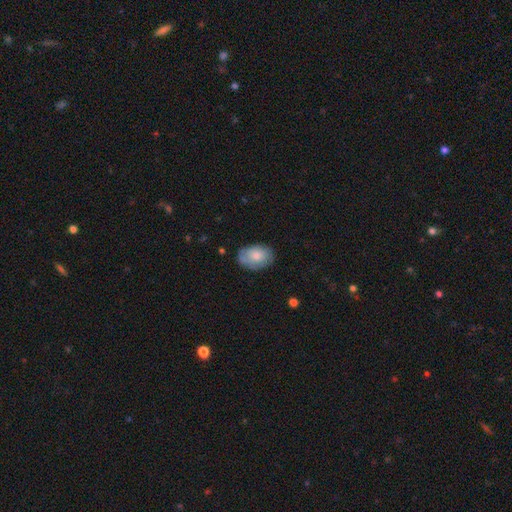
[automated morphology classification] Smooth or featured? smooth (73%)
How rounded? in between (83%)
Merging? none (70%)